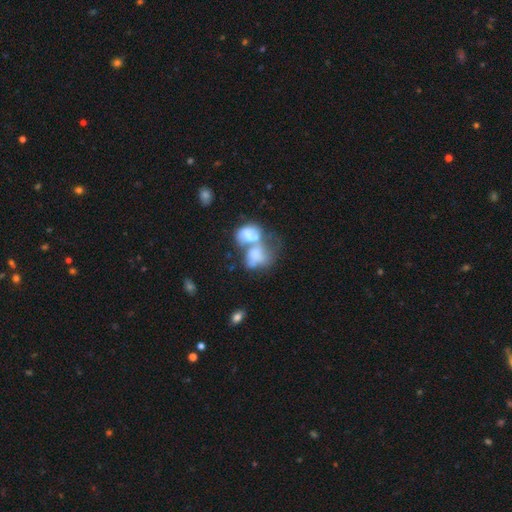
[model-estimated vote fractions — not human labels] Q: Smooth or featured?
A: smooth (50%); runner-up: featured or disk (40%)
Q: Merging?
A: merger (71%); runner-up: major disturbance (13%)